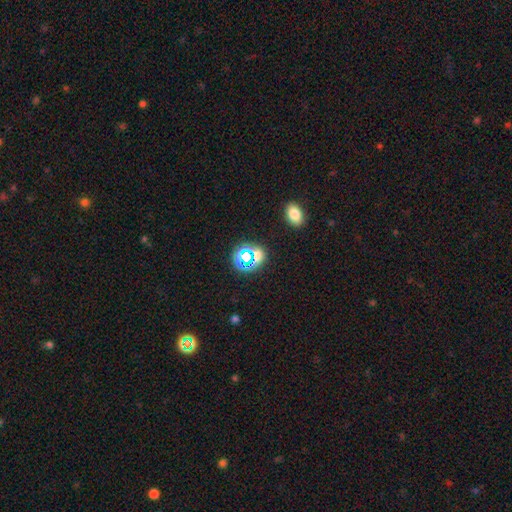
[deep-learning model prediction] The model was most divided on "smooth or featured": star or artifact: 53%, smooth: 37%, featured or disk: 10%.